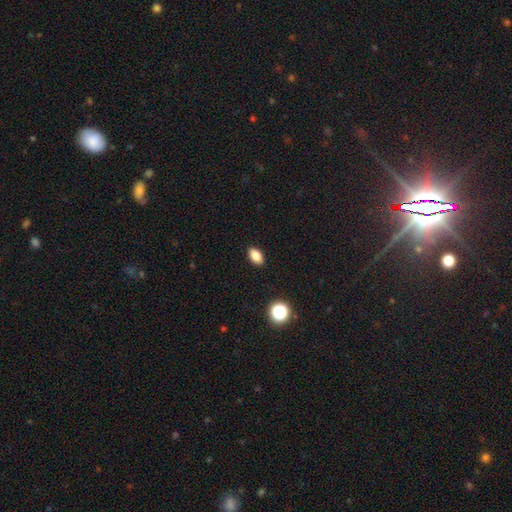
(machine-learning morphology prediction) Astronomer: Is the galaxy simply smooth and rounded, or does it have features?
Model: smooth — 84%.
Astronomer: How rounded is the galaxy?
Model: in between — 89%.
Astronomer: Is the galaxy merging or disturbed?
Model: none — 90%.